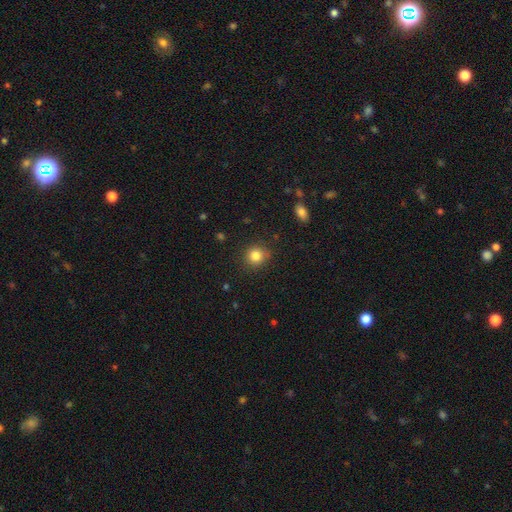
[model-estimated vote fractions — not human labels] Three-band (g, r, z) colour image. It shows a smooth galaxy with no disk features (83%) that is round (89%). Merging: none (86%).